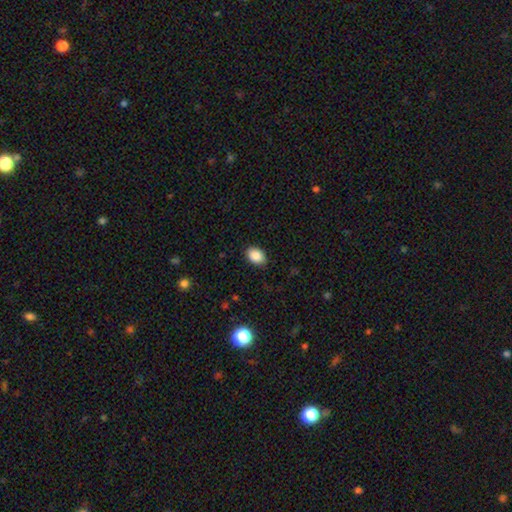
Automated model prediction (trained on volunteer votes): smooth-or-featured: smooth: 88% | star or artifact: 8% | featured or disk: 4%
  how-rounded: in between: 82% | round: 17% | cigar-shaped: 1%
  merging: none: 88% | minor disturbance: 9% | major disturbance: 2% | merger: 1%